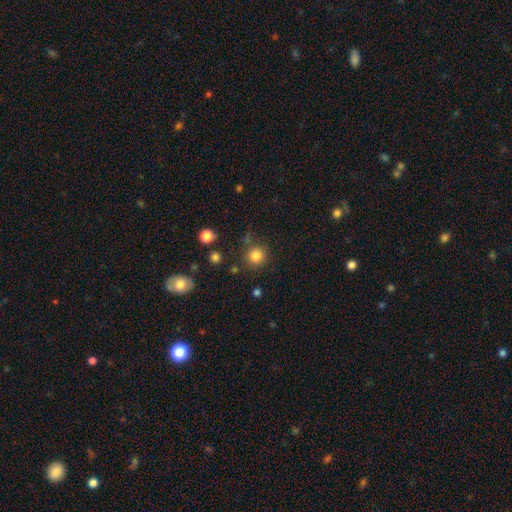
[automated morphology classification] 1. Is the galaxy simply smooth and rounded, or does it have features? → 83% smooth, 12% star or artifact, 5% featured or disk.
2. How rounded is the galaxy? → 92% round, 7% in between, 1% cigar-shaped.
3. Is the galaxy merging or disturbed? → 82% none, 10% minor disturbance, 5% merger, 4% major disturbance.